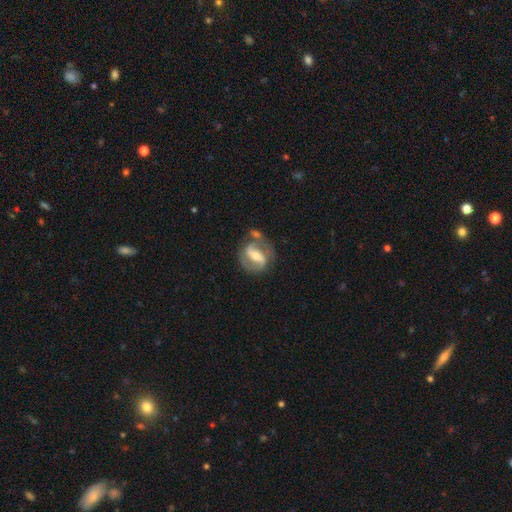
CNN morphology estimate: smooth-or-featured: featured or disk: 83% | smooth: 12% | star or artifact: 5%
  disk-edge-on: no: 96% | yes: 4%
    bar: strong: 57% | weak: 30% | no: 12%
    has-spiral-arms: yes: 91% | no: 9%
      spiral-winding: medium: 51% | tight: 28% | loose: 20%
      spiral-arm-count: 2: 88% | can't tell: 5% | 1: 4% | 3: 1% | 4: 1% | more than 4: 1%
    bulge-size: moderate: 55% | small: 37% | large: 5% | none: 2% | dominant: 1%
  merging: none: 63% | minor disturbance: 16% | merger: 12% | major disturbance: 8%